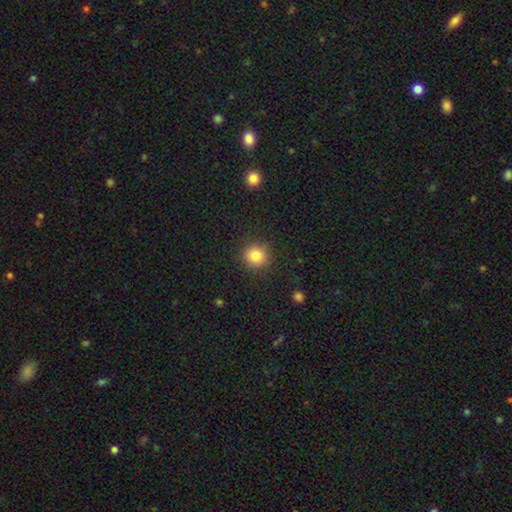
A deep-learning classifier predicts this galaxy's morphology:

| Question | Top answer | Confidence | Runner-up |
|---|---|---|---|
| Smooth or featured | smooth | 84% | star or artifact (11%) |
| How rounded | round | 90% | in between (10%) |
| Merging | none | 90% | minor disturbance (7%) |